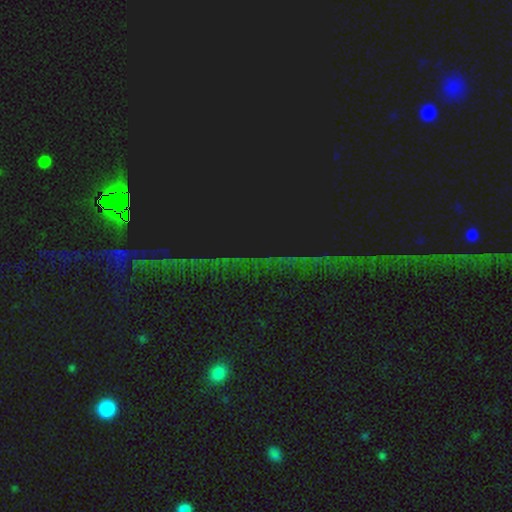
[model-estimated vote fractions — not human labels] Q: Smooth or featured?
A: star or artifact (84%); runner-up: featured or disk (9%)